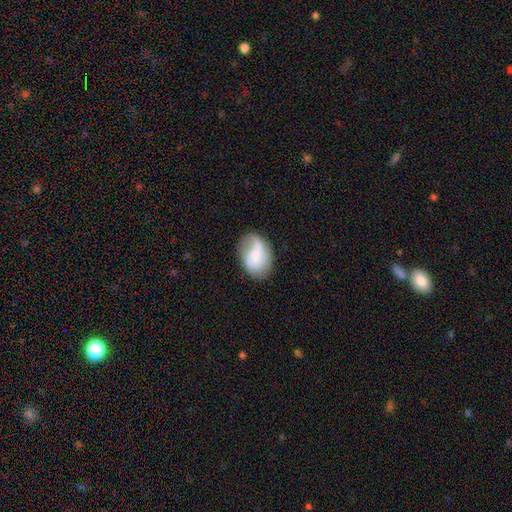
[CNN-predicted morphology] The model was most divided on "smooth or featured": smooth: 51%, featured or disk: 41%, star or artifact: 8%. More confident: how rounded — in between (75%); merging — none (55%).